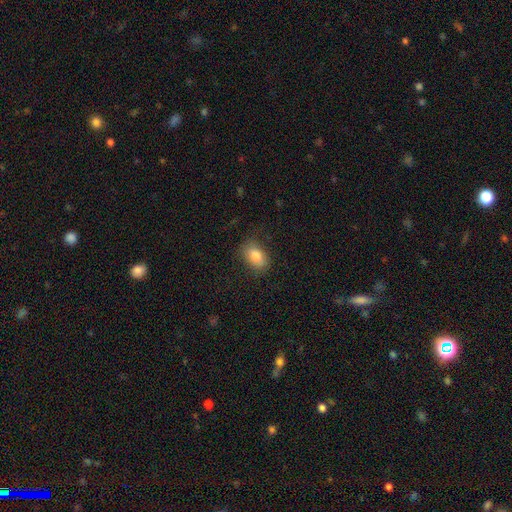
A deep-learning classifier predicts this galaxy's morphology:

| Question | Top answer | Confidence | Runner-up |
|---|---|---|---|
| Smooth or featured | smooth | 84% | star or artifact (8%) |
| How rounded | in between | 86% | round (13%) |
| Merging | none | 79% | minor disturbance (15%) |